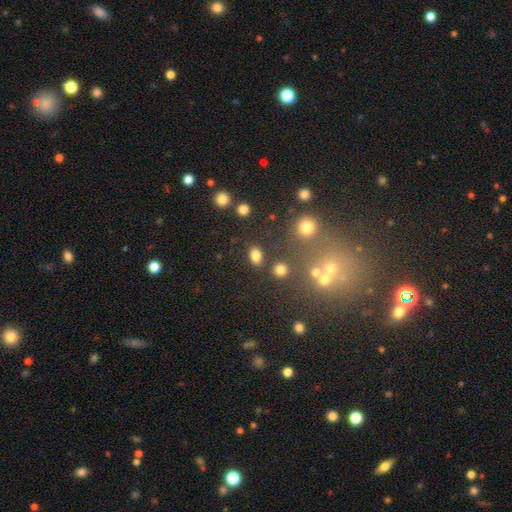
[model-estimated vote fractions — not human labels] smooth_or_featured: smooth (p=0.81) [alt: star or artifact p=0.12]
how_rounded: in between (p=0.78) [alt: round p=0.20]
merging: none (p=0.81) [alt: minor disturbance p=0.10]